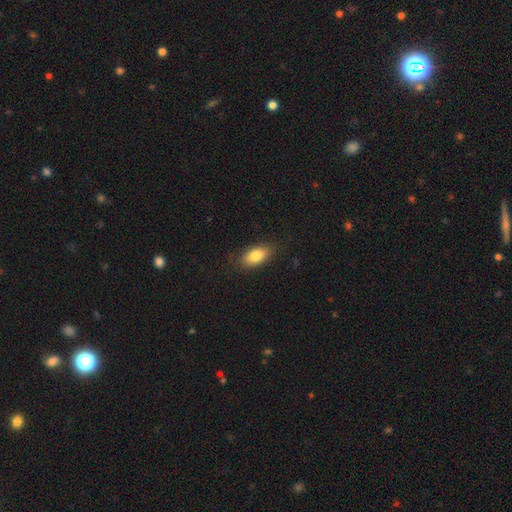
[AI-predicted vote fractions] The model was most divided on "merging": none: 84%, minor disturbance: 12%, major disturbance: 3%, merger: 1%. More confident: how rounded — in between (90%); smooth or featured — smooth (84%).